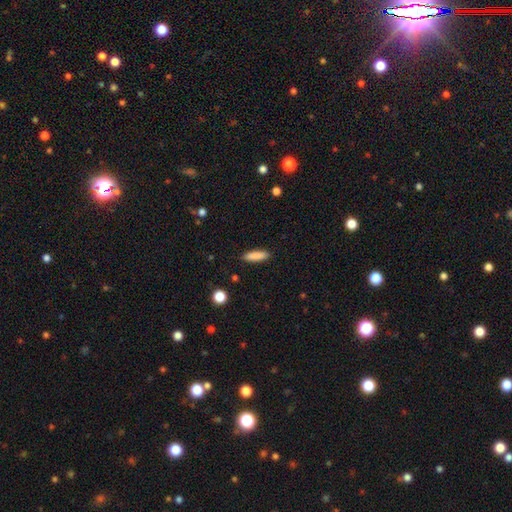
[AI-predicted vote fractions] Smooth or featured: smooth — 86% (featured or disk — 7%)
How rounded: cigar-shaped — 63% (in between — 35%)
Merging: none — 90% (minor disturbance — 7%)